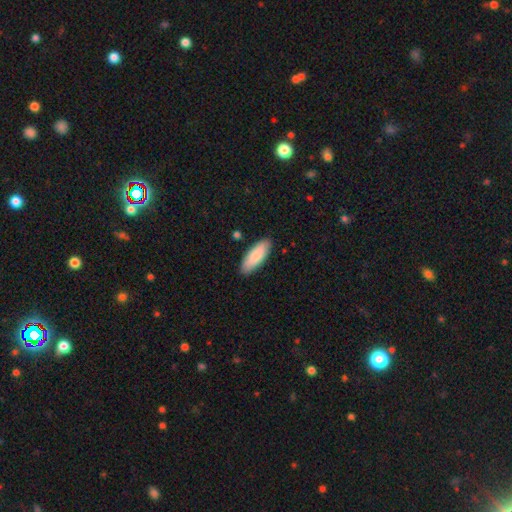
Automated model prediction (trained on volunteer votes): smooth 86%, featured or disk 8%, star or artifact 5%. Down the decision tree: how rounded — in between (69%); merging — none (88%).